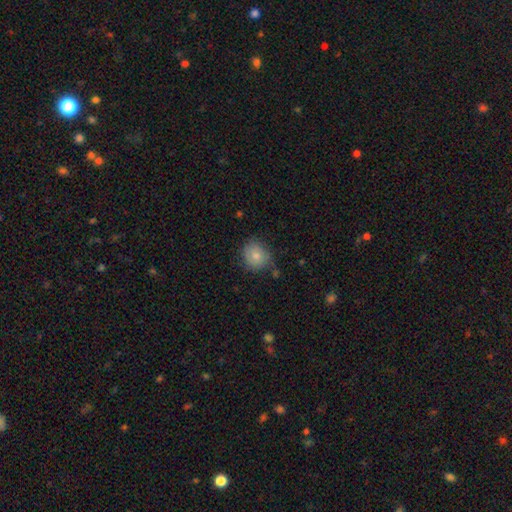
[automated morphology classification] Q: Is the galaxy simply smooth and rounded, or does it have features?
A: smooth — 79%.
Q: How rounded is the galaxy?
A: round — 77%.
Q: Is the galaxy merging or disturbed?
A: none — 69%.